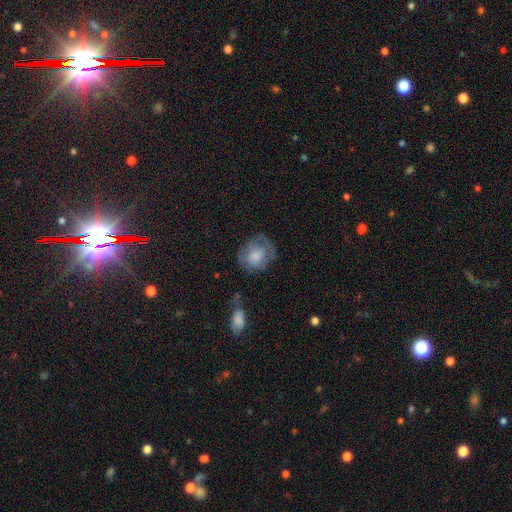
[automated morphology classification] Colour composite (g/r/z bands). It shows a smooth galaxy with no disk features (63%) that is round (73%). Merging: none (52%).